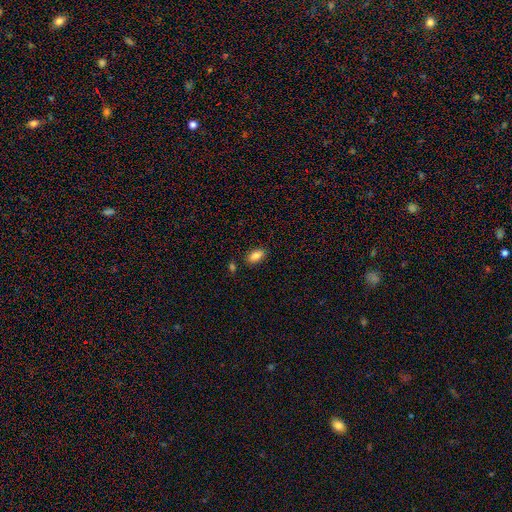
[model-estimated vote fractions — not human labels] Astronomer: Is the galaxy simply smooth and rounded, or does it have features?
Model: smooth — 85%.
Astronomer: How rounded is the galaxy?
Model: in between — 92%.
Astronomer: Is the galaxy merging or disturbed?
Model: none — 82%.